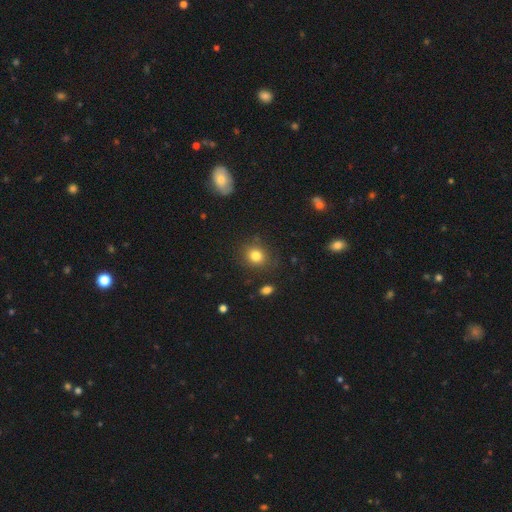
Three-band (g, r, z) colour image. It shows a smooth galaxy with no disk features (97%) that is round (64%). Merging: none (89%).